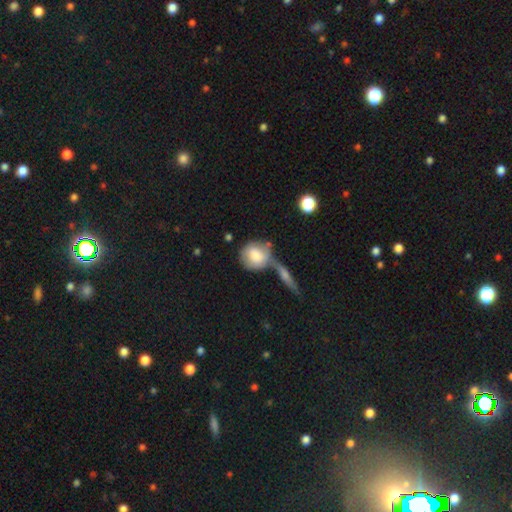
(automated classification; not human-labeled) Smooth or featured? smooth (73%)
How rounded? round (78%)
Merging? none (41%)